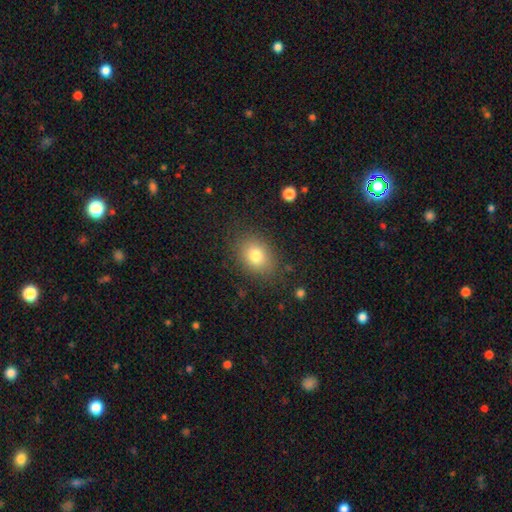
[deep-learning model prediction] This is likely a smooth galaxy (79%). How rounded: likely in between (61%). Merging: clearly none (84%).